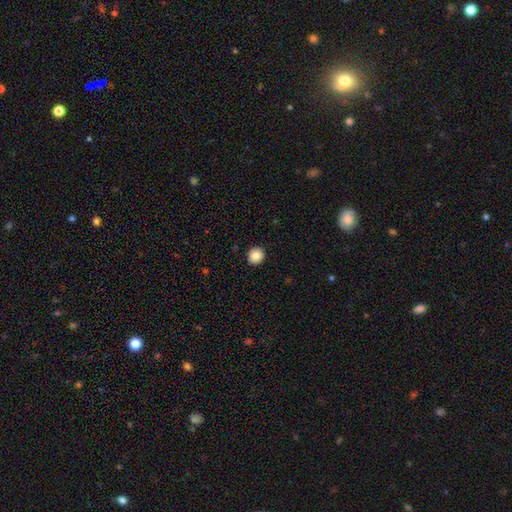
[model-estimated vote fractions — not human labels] Smooth or featured? smooth (87%)
How rounded? round (88%)
Merging? none (92%)